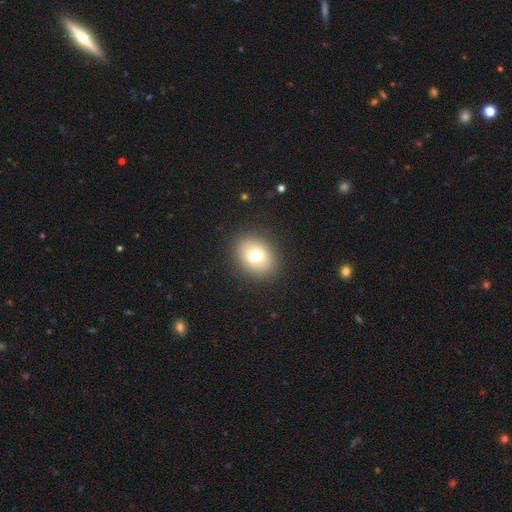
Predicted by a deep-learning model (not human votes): Smooth or featured: smooth — 74% (featured or disk — 15%)
How rounded: in between — 52% (round — 47%)
Merging: none — 88% (minor disturbance — 8%)